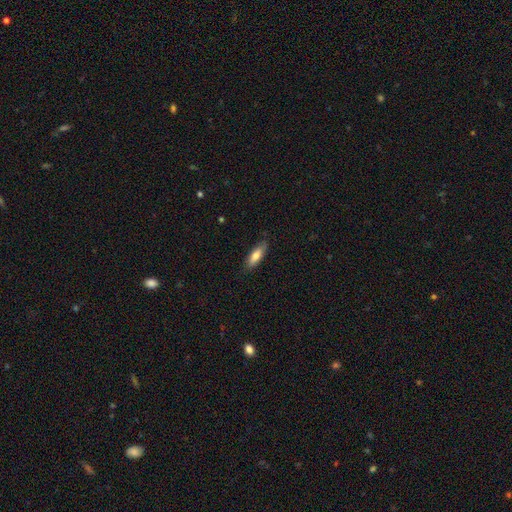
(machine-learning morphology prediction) This appears to be a smooth galaxy with no disk features (75%) that is in between round and cigar-shaped (54%). Merging: none (81%).